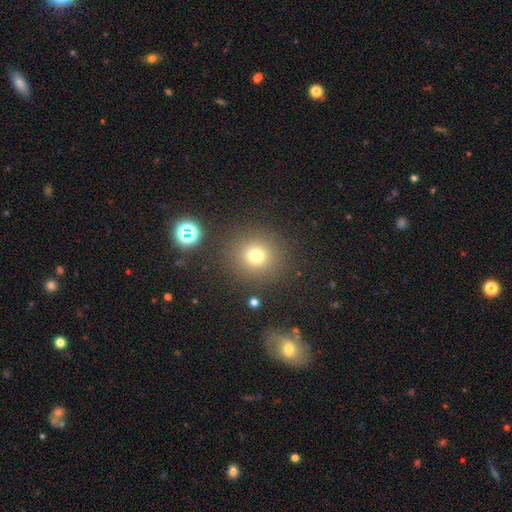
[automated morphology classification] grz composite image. It shows a smooth galaxy with no disk features (73%) that is round (92%). Merging: none (86%).